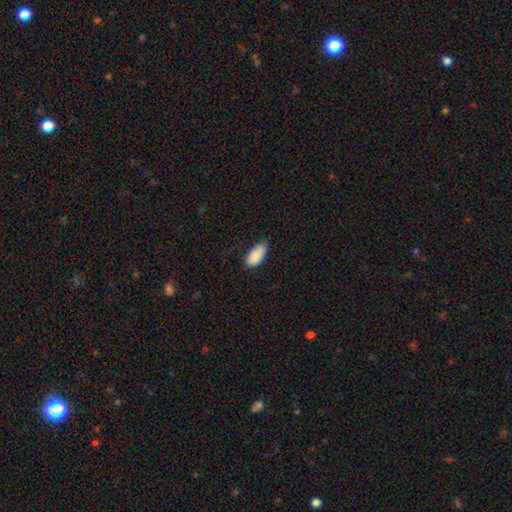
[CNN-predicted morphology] Smooth or featured? smooth (88%)
How rounded? in between (92%)
Merging? none (61%)